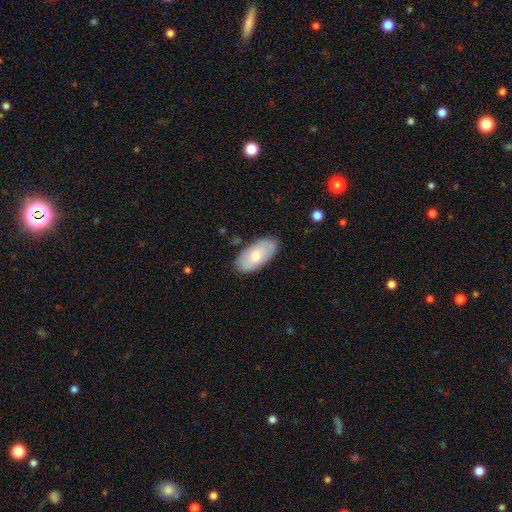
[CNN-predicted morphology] The model was most divided on "smooth or featured": smooth: 64%, featured or disk: 30%, star or artifact: 6%. More confident: how rounded — in between (94%); merging — none (84%).